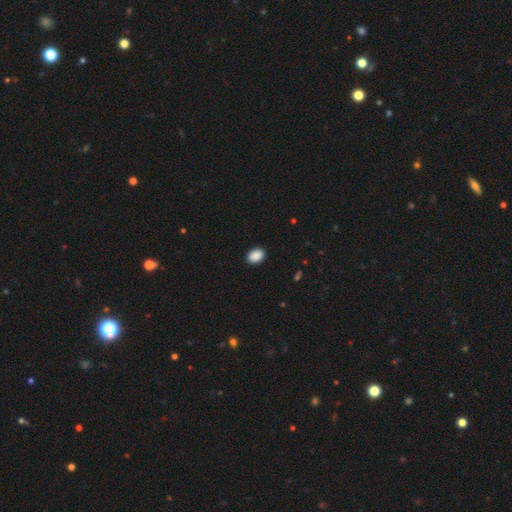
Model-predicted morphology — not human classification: smooth-or-featured: smooth: 90% | star or artifact: 8% | featured or disk: 2%
  how-rounded: in between: 68% | round: 31% | cigar-shaped: 1%
  merging: none: 91% | minor disturbance: 7% | major disturbance: 2% | merger: 1%